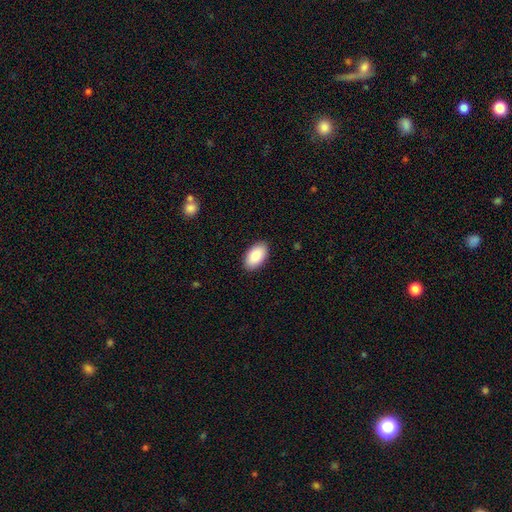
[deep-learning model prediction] Smooth or featured?
  - smooth: 89% *
  - star or artifact: 6%
  - featured or disk: 6%
How rounded?
  - in between: 96% *
  - round: 3%
  - cigar-shaped: 1%
Merging?
  - none: 89% *
  - minor disturbance: 8%
  - major disturbance: 2%
  - merger: 1%